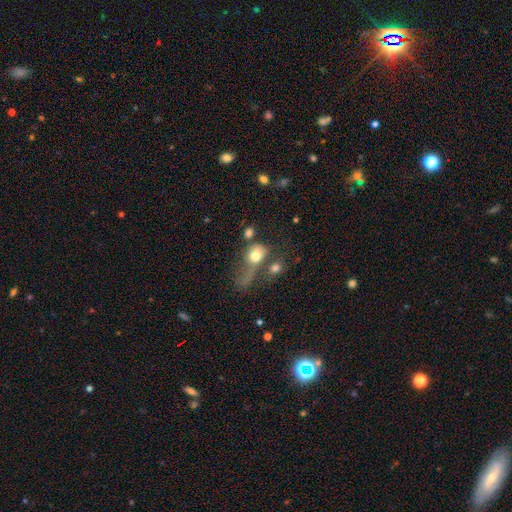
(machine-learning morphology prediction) smooth_or_featured: smooth (p=0.71) [alt: featured or disk p=0.19]
how_rounded: in between (p=0.51) [alt: round p=0.46]
merging: major disturbance (p=0.37) [alt: merger p=0.31]